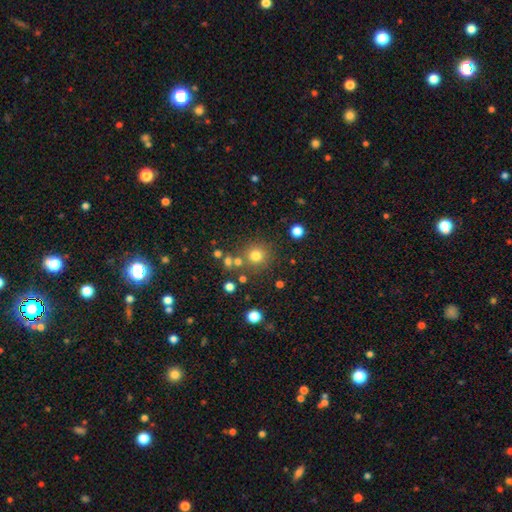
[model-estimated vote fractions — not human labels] A smooth galaxy with no disk features (76%) that is round (93%). Merging: none (77%).